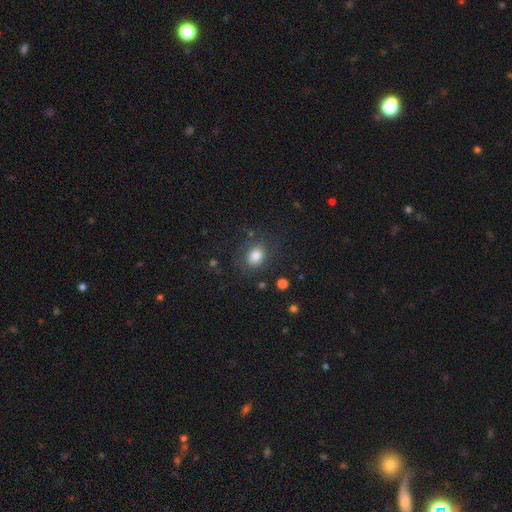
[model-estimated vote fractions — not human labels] Q: Smooth or featured?
A: smooth (81%); runner-up: star or artifact (11%)
Q: How rounded?
A: in between (60%); runner-up: round (39%)
Q: Merging?
A: none (75%); runner-up: minor disturbance (16%)